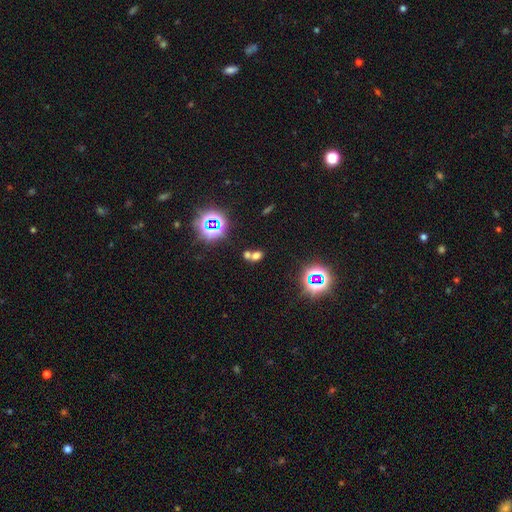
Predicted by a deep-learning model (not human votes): Morphology: type=smooth (54%); roundness=in between (56%); merging=merger (54%).